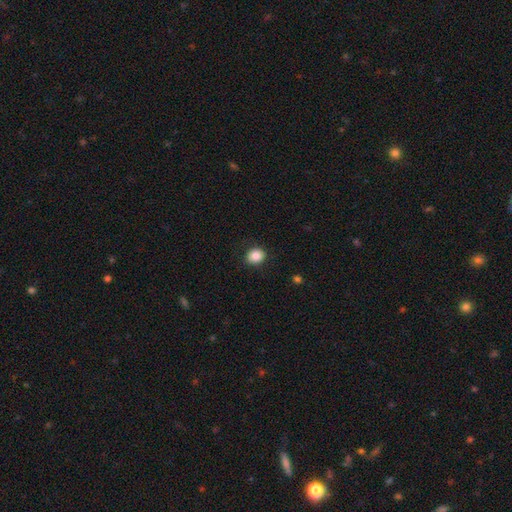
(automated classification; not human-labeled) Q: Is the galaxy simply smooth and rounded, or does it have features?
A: smooth — 85%.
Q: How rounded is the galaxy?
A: round — 63%.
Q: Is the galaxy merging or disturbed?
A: none — 87%.